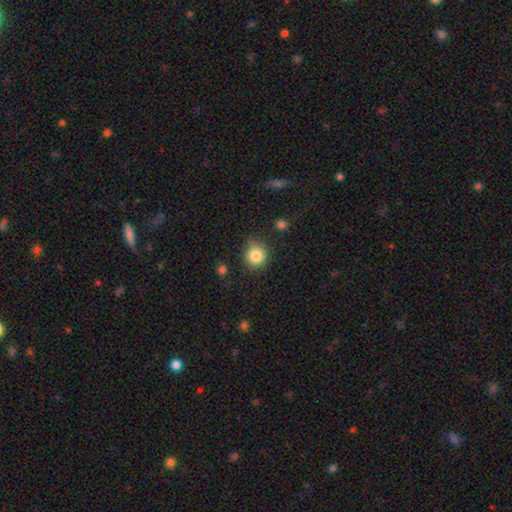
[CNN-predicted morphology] Q: Smooth or featured?
A: smooth (84%); runner-up: star or artifact (10%)
Q: How rounded?
A: round (89%); runner-up: in between (10%)
Q: Merging?
A: none (77%); runner-up: minor disturbance (16%)